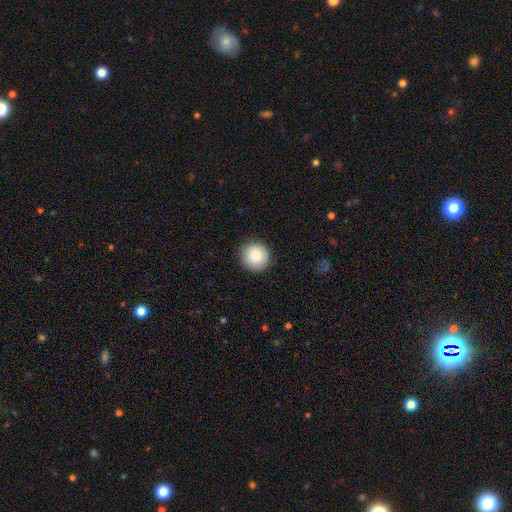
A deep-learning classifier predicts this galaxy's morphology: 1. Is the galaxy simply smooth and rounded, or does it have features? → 88% smooth, 8% star or artifact, 4% featured or disk.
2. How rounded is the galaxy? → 93% round, 6% in between, 1% cigar-shaped.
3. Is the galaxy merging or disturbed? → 91% none, 6% minor disturbance, 2% major disturbance, 1% merger.